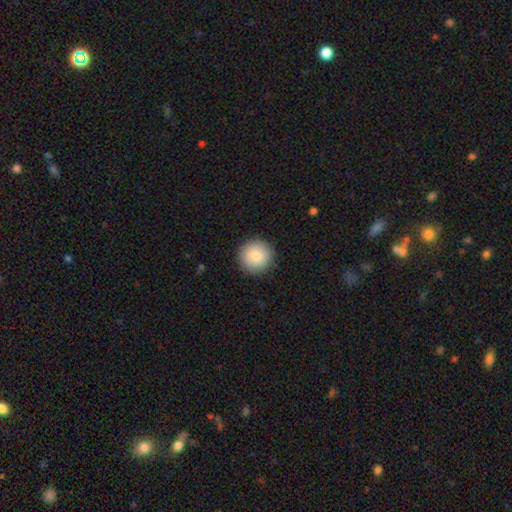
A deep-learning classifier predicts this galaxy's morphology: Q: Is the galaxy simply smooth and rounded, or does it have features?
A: smooth — 84%.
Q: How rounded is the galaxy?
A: round — 95%.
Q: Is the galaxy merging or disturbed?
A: none — 91%.